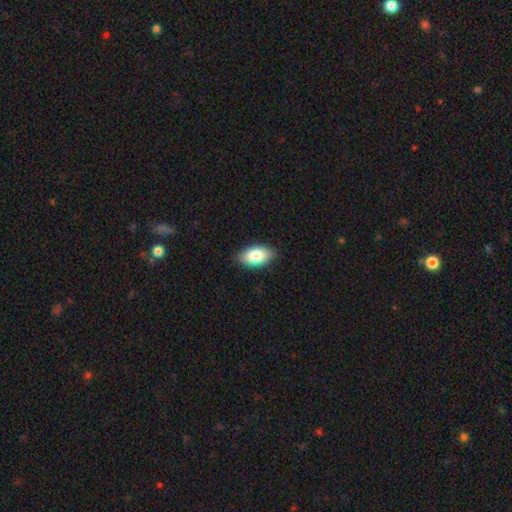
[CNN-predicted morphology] Q: Smooth or featured?
A: smooth (82%); runner-up: featured or disk (11%)
Q: How rounded?
A: in between (93%); runner-up: round (4%)
Q: Merging?
A: none (85%); runner-up: minor disturbance (12%)